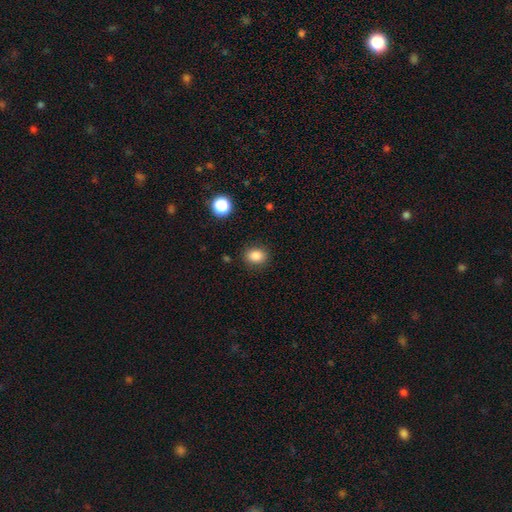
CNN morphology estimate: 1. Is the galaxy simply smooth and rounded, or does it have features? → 84% smooth, 11% star or artifact, 5% featured or disk.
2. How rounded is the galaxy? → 52% in between, 47% round, 1% cigar-shaped.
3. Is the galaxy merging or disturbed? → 87% none, 9% minor disturbance, 3% major disturbance, 1% merger.